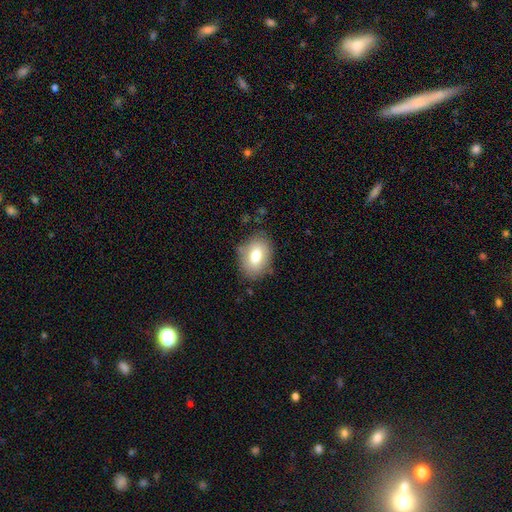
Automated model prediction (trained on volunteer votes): A smooth galaxy with no disk features (75%) that is in between round and cigar-shaped (80%). Merging: none (80%).